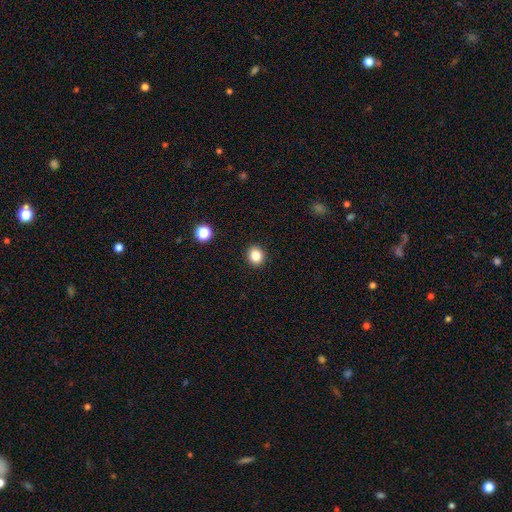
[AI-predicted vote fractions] A smooth galaxy with no disk features (84%) that is round (79%). Merging: none (92%).